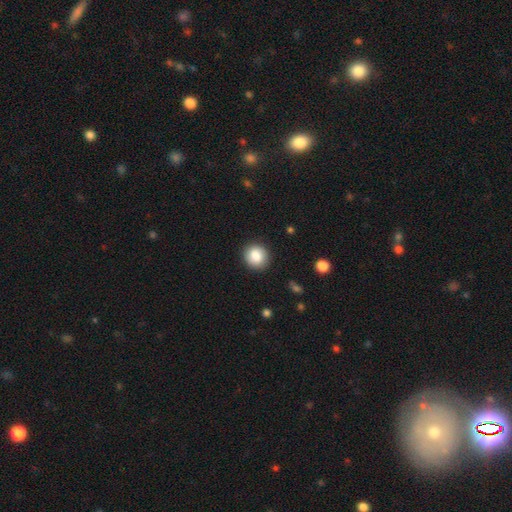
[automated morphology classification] This is clearly a smooth galaxy (85%). How rounded: clearly round (87%). Merging: clearly none (89%).